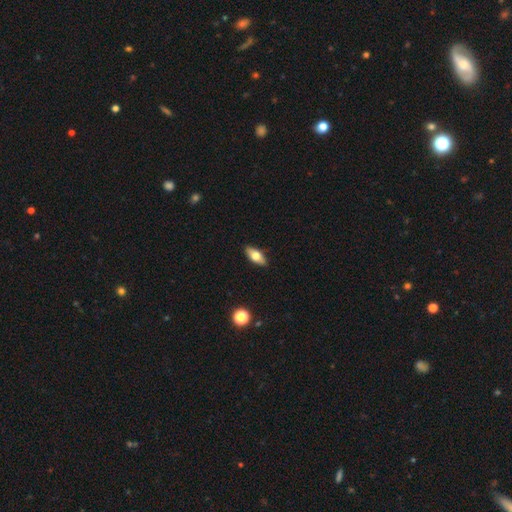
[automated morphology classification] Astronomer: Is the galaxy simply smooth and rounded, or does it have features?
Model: smooth — 63%.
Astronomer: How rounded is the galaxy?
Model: in between — 80%.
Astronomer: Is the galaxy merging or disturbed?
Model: none — 88%.